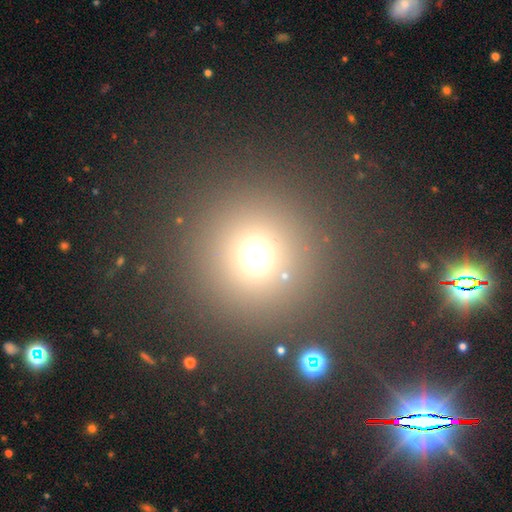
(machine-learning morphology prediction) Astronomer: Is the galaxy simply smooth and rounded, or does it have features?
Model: smooth — 64%.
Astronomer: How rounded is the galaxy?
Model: round — 93%.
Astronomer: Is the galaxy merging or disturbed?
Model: none — 83%.